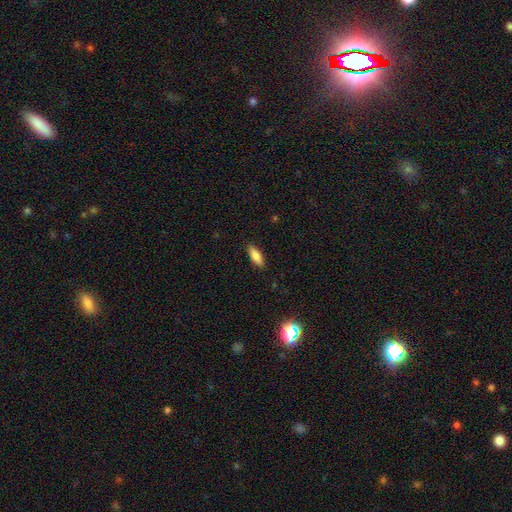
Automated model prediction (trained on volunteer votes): This is clearly a smooth galaxy (82%). How rounded: likely in between (61%). Merging: clearly none (88%).